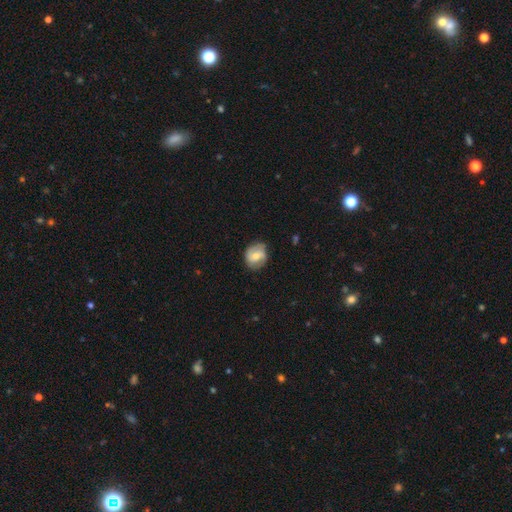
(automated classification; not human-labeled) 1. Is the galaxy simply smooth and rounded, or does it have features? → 49% featured or disk, 44% smooth, 7% star or artifact.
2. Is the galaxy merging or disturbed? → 75% none, 19% minor disturbance, 5% major disturbance, 1% merger.